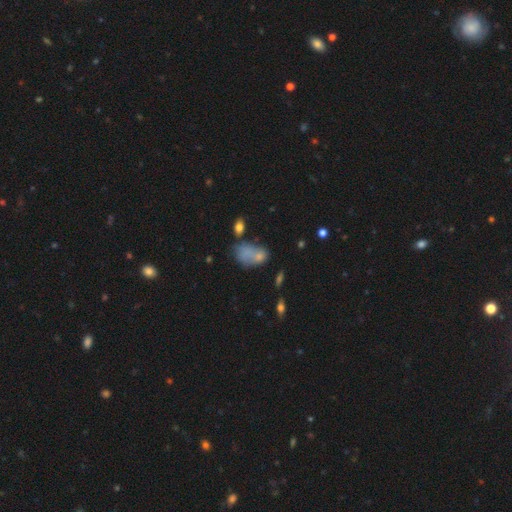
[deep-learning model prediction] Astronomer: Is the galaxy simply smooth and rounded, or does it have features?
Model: smooth — 69%.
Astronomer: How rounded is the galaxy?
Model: in between — 85%.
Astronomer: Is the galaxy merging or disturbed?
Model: none — 33% (runner-up: merger, 26%).